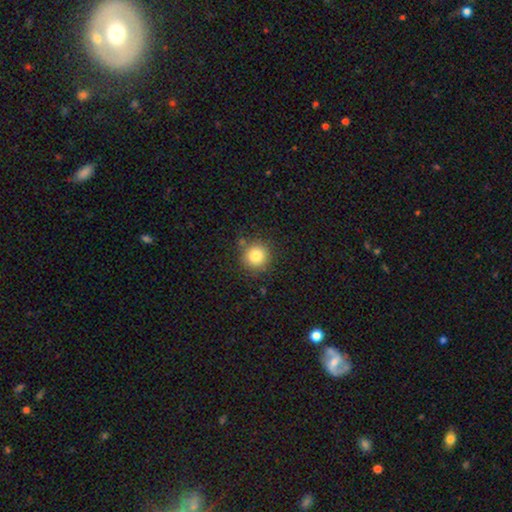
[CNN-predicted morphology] Smooth or featured? smooth (81%)
How rounded? round (94%)
Merging? none (85%)